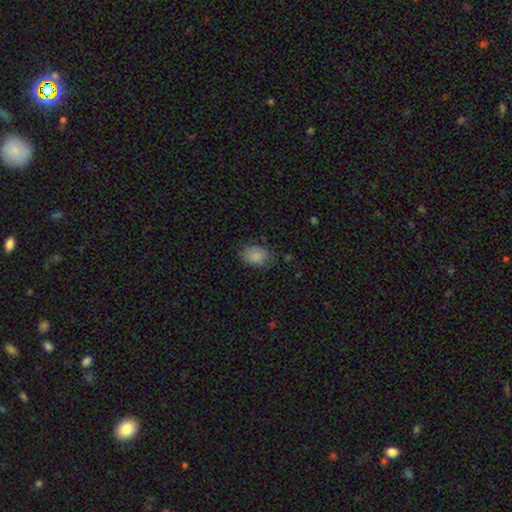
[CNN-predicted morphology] A smooth galaxy with no disk features (86%) that is in between round and cigar-shaped (80%). Merging: none (74%).